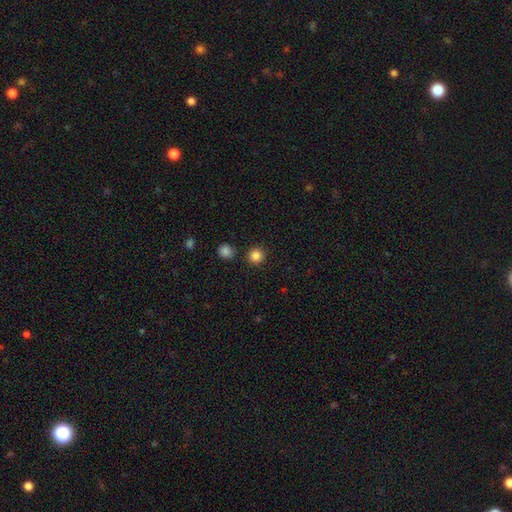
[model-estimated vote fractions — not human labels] Smooth or featured? smooth (85%)
How rounded? round (94%)
Merging? none (89%)